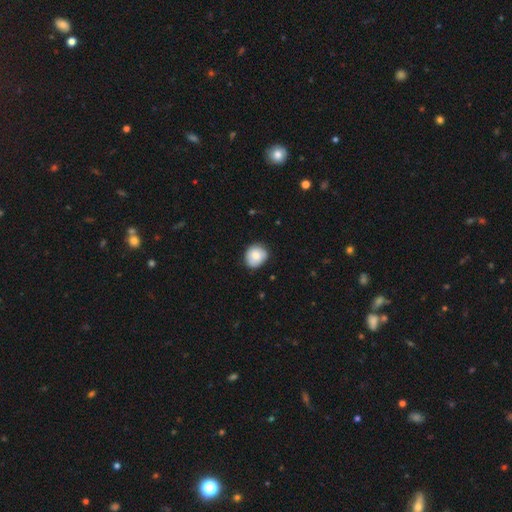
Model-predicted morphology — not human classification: smooth_or_featured: smooth (p=0.81) [alt: featured or disk p=0.12]
how_rounded: round (p=0.74) [alt: in between p=0.25]
merging: none (p=0.79) [alt: minor disturbance p=0.18]